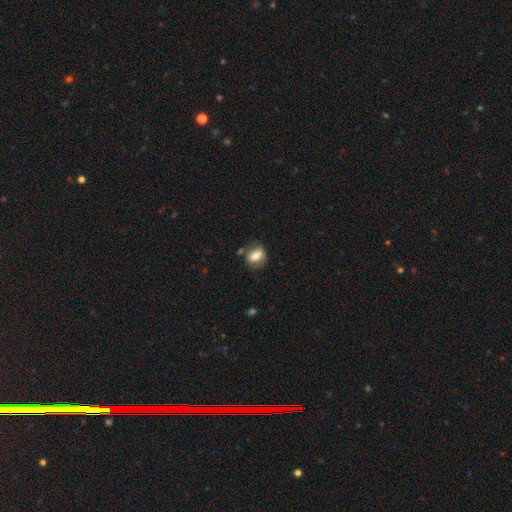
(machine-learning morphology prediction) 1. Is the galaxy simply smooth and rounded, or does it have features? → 71% smooth, 21% featured or disk, 8% star or artifact.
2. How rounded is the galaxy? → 64% in between, 33% round, 3% cigar-shaped.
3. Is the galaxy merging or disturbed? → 69% none, 19% minor disturbance, 6% merger, 6% major disturbance.